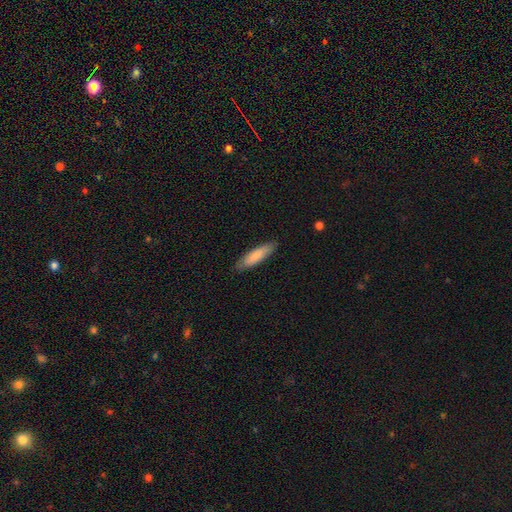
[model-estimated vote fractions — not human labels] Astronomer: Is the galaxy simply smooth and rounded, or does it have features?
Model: smooth — 82%.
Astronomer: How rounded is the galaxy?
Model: cigar-shaped — 69%.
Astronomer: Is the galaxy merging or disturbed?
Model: none — 85%.